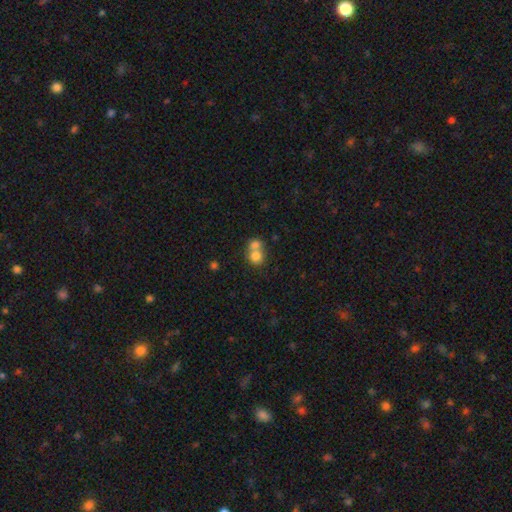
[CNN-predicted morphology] smooth-or-featured: smooth: 76% | featured or disk: 13% | star or artifact: 10%
  how-rounded: round: 77% | in between: 22% | cigar-shaped: 1%
  merging: merger: 62% | none: 30% | minor disturbance: 5% | major disturbance: 3%